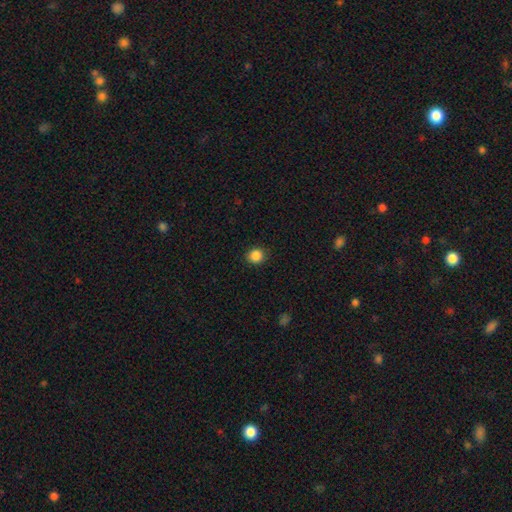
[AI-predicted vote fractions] Q: Smooth or featured?
A: smooth (86%); runner-up: star or artifact (11%)
Q: How rounded?
A: round (87%); runner-up: in between (12%)
Q: Merging?
A: none (91%); runner-up: minor disturbance (6%)